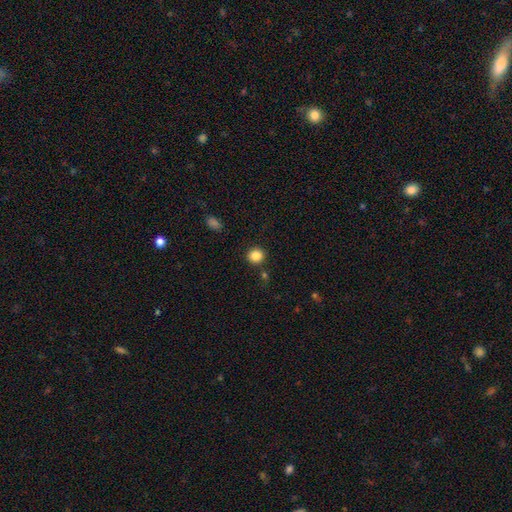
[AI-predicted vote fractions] smooth-or-featured: smooth: 86% | star or artifact: 11% | featured or disk: 4%
  how-rounded: round: 88% | in between: 11% | cigar-shaped: 1%
  merging: none: 86% | minor disturbance: 7% | merger: 4% | major disturbance: 2%